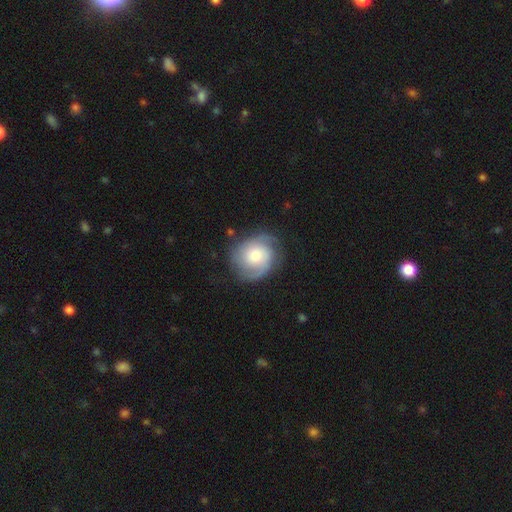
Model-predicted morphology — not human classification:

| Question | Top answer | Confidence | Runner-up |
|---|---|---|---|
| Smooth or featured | featured or disk | 62% | smooth (31%) |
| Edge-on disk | no | 98% | yes (2%) |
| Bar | no | 75% | weak (21%) |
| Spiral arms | yes | 92% | no (8%) |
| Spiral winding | tight | 46% | medium (40%) |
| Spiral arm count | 2 | 57% | can't tell (18%) |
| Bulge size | moderate | 39% | large (32%) |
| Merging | none | 70% | minor disturbance (20%) |